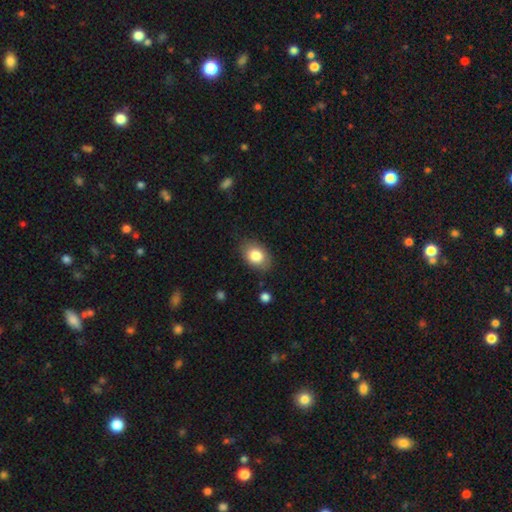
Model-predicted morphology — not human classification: type=smooth (83%); roundness=in between (77%); merging=none (80%).